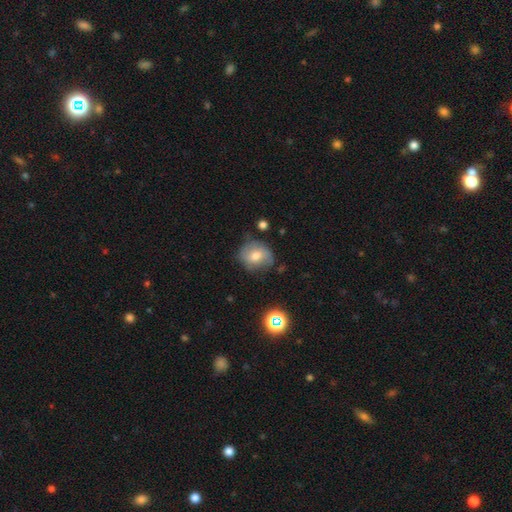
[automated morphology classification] smooth 60%, featured or disk 30%, star or artifact 10%. Down the decision tree: how rounded — round (69%); merging — none (66%).